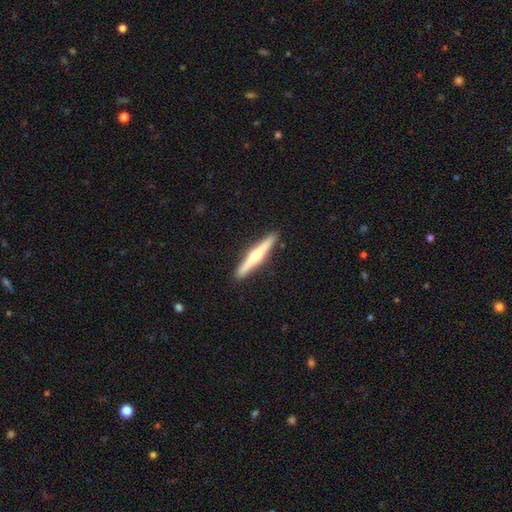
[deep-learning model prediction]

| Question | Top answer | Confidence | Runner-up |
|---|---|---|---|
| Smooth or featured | featured or disk | 63% | smooth (32%) |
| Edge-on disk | yes | 98% | no (2%) |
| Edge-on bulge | rounded | 90% | none (6%) |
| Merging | none | 92% | minor disturbance (6%) |